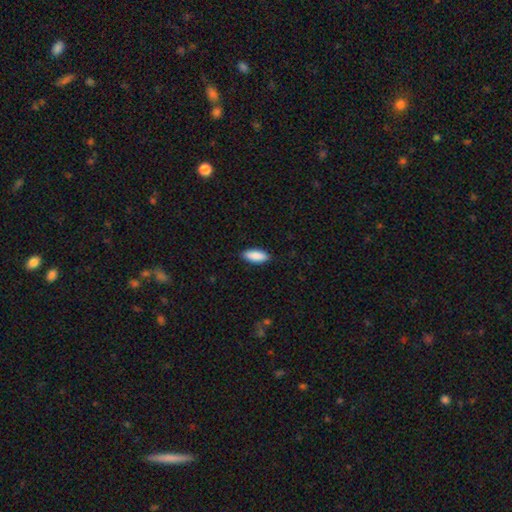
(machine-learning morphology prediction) Smooth or featured?
  - smooth: 90% *
  - star or artifact: 6%
  - featured or disk: 5%
How rounded?
  - in between: 79% *
  - cigar-shaped: 20%
  - round: 2%
Merging?
  - none: 89% *
  - minor disturbance: 9%
  - major disturbance: 2%
  - merger: 1%